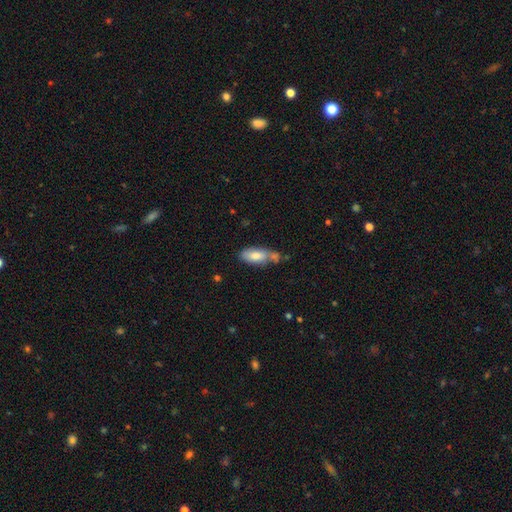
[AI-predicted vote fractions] Smooth or featured? Predicted: smooth (p=0.76). How rounded? Predicted: in between (p=0.82). Merging? Predicted: none (p=0.49).